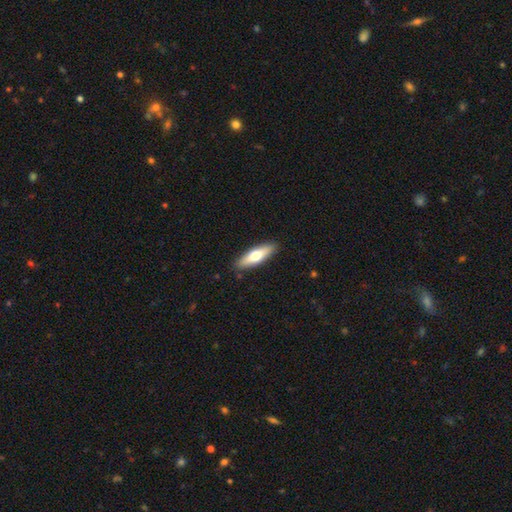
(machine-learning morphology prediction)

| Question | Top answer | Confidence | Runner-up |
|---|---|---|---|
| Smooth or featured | smooth | 60% | featured or disk (35%) |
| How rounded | cigar-shaped | 56% | in between (42%) |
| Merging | none | 89% | minor disturbance (8%) |